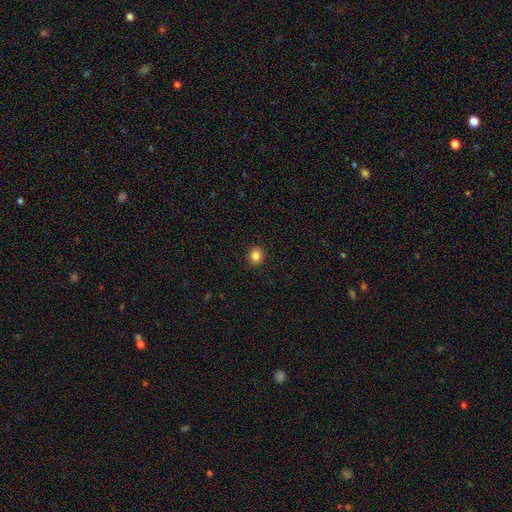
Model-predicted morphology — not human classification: smooth-or-featured: smooth: 85% | star or artifact: 11% | featured or disk: 4%
  how-rounded: round: 75% | in between: 24% | cigar-shaped: 1%
  merging: none: 92% | minor disturbance: 6% | major disturbance: 2% | merger: 1%